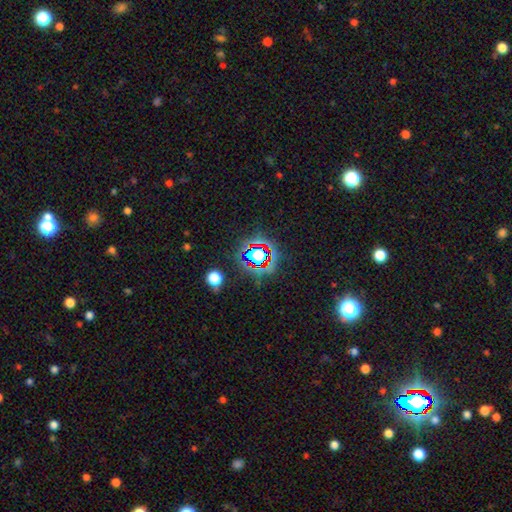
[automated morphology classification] star or artifact 66%, smooth 22%, featured or disk 12%.